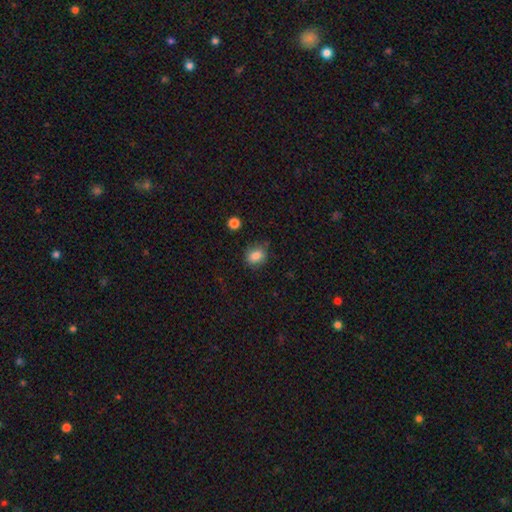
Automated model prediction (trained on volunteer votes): Q: Smooth or featured?
A: smooth (83%); runner-up: star or artifact (10%)
Q: How rounded?
A: round (59%); runner-up: in between (40%)
Q: Merging?
A: none (80%); runner-up: minor disturbance (14%)